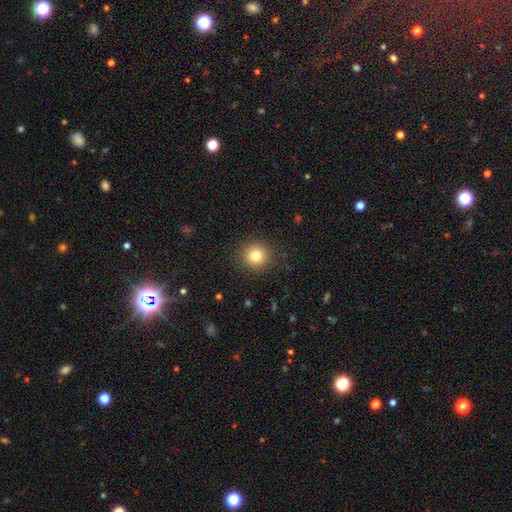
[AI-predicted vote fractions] The model was most divided on "smooth or featured": smooth: 80%, star or artifact: 12%, featured or disk: 8%. More confident: how rounded — round (92%); merging — none (90%).